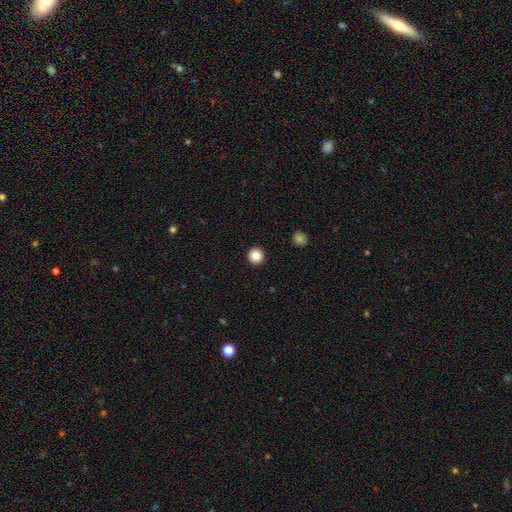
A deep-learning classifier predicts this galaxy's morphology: A smooth galaxy with no disk features (86%) that is round (95%).

Vote fractions:
- Smooth or featured? smooth: 86% / star or artifact: 10% / featured or disk: 4%
- How rounded? round: 95% / in between: 4% / cigar-shaped: 1%
- Merging? none: 94% / minor disturbance: 4% / major disturbance: 1% / merger: 1%